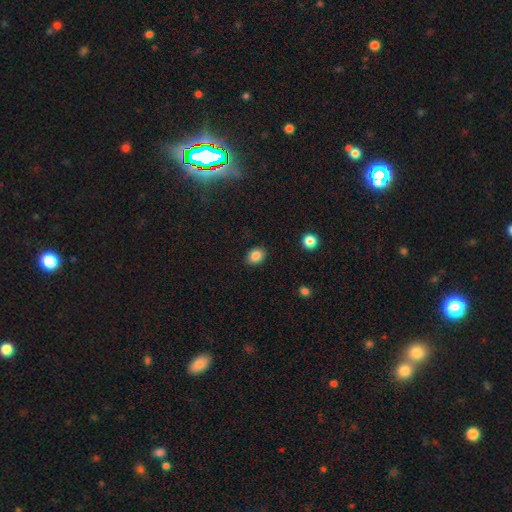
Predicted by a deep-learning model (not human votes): Smooth or featured?
  - smooth: 85% *
  - star or artifact: 10%
  - featured or disk: 5%
How rounded?
  - in between: 57% *
  - round: 43%
  - cigar-shaped: 1%
Merging?
  - none: 88% *
  - minor disturbance: 8%
  - major disturbance: 2%
  - merger: 1%